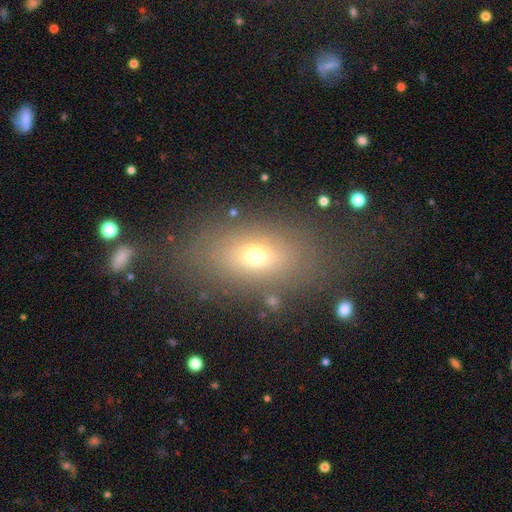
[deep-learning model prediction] A smooth galaxy with no disk features (64%) that is in between round and cigar-shaped (77%). Merging: none (76%).